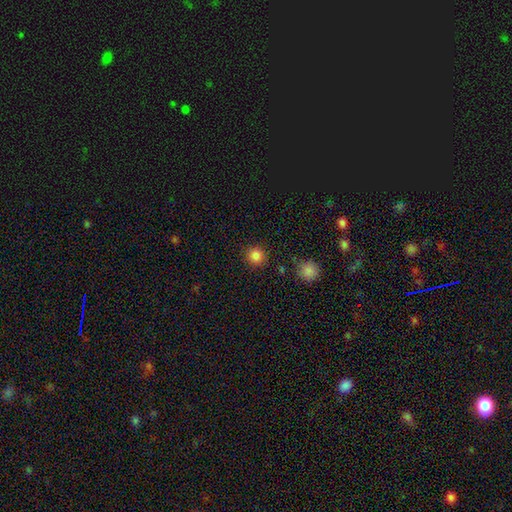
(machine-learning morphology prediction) Smooth or featured?
  - smooth: 85% *
  - star or artifact: 12%
  - featured or disk: 3%
How rounded?
  - round: 93% *
  - in between: 6%
  - cigar-shaped: 1%
Merging?
  - none: 87% *
  - minor disturbance: 8%
  - major disturbance: 3%
  - merger: 3%